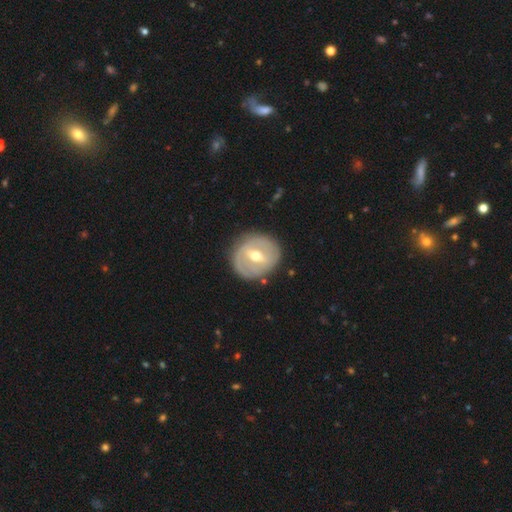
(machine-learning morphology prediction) smooth_or_featured: featured or disk (p=0.68) [alt: smooth p=0.27]
disk_edge_on: no (p=0.95) [alt: yes p=0.05]
bar: weak (p=0.48) [alt: strong p=0.35]
has_spiral_arms: yes (p=0.52) [alt: no p=0.48]
bulge_size: moderate (p=0.75) [alt: small p=0.19]
merging: none (p=0.81) [alt: minor disturbance p=0.13]